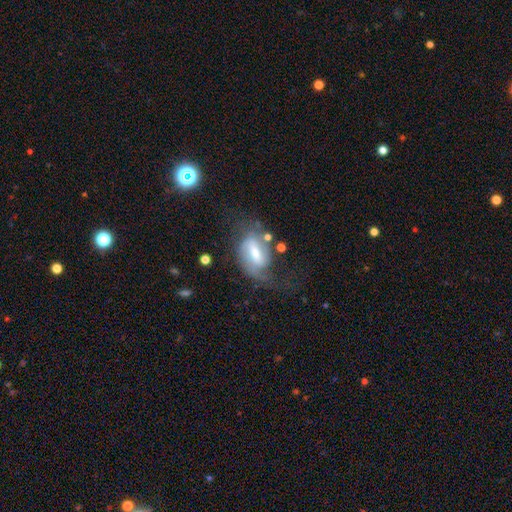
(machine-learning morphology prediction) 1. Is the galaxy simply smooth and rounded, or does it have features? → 74% featured or disk, 17% smooth, 8% star or artifact.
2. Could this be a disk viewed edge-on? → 94% no, 6% yes.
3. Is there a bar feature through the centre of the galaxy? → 46% weak, 38% strong, 17% no.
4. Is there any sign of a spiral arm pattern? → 88% yes, 12% no.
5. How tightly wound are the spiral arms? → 42% loose, 40% medium, 19% tight.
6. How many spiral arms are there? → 70% 2, 14% 1, 12% can't tell, 2% 3, 1% 4, 1% more than 4.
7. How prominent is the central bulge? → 56% moderate, 35% small, 6% large, 2% none, 1% dominant.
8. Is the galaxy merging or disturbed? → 48% none, 26% major disturbance, 21% minor disturbance, 5% merger.